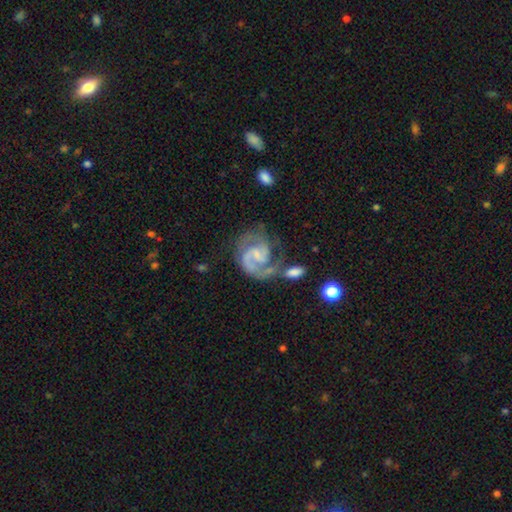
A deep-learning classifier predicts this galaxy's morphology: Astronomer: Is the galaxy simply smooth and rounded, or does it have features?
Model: featured or disk — 89%.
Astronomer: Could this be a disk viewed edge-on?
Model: no — 98%.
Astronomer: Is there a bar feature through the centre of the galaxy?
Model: weak — 49% (runner-up: no, 39%).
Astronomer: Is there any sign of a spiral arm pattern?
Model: yes — 97%.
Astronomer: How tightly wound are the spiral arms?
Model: medium — 51% (runner-up: tight, 36%).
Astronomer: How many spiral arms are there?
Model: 2 — 77%.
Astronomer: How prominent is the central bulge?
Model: small — 55%.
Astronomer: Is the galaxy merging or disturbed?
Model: none — 44% (runner-up: minor disturbance, 19%).